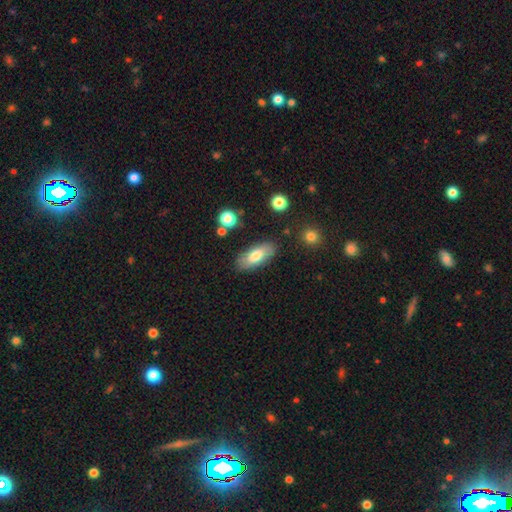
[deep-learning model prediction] Smooth or featured: smooth — 74% (featured or disk — 20%)
How rounded: in between — 85% (cigar-shaped — 13%)
Merging: none — 82% (minor disturbance — 12%)